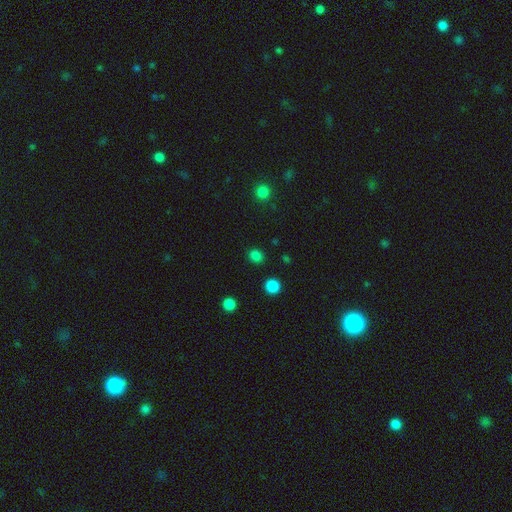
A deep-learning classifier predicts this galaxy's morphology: This appears to be a smooth galaxy with no disk features (81%) that is round (75%). Merging: none (87%).